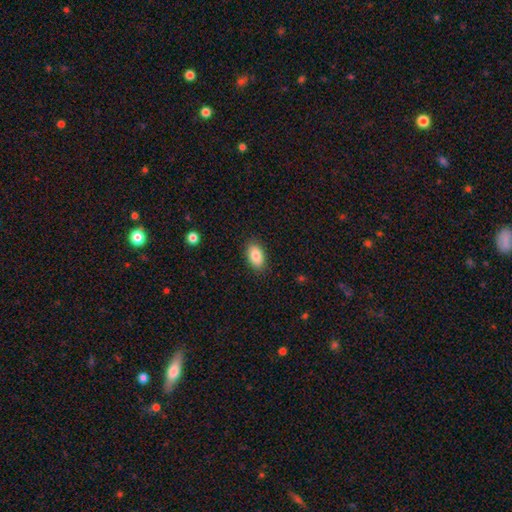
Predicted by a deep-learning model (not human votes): Q: Smooth or featured?
A: smooth (85%); runner-up: star or artifact (7%)
Q: How rounded?
A: in between (92%); runner-up: round (6%)
Q: Merging?
A: none (88%); runner-up: minor disturbance (9%)